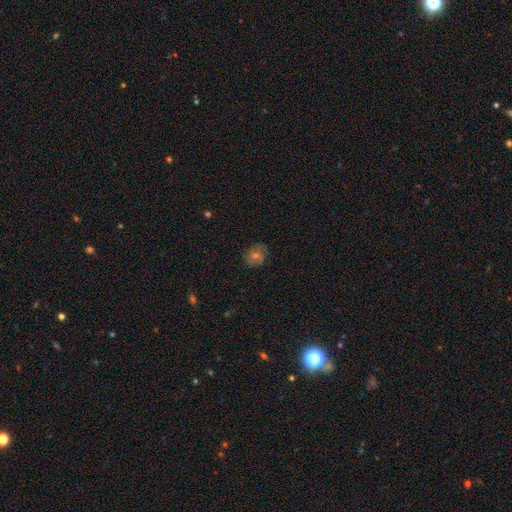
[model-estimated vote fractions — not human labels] smooth-or-featured: featured or disk: 49% | smooth: 32% | star or artifact: 19%
  merging: none: 80% | minor disturbance: 14% | major disturbance: 5% | merger: 1%